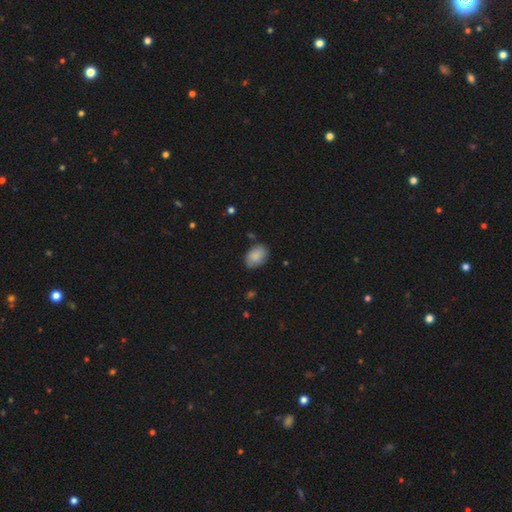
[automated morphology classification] smooth-or-featured: smooth: 85% | featured or disk: 8% | star or artifact: 7%
  how-rounded: in between: 82% | round: 17% | cigar-shaped: 1%
  merging: none: 74% | minor disturbance: 20% | major disturbance: 4% | merger: 2%